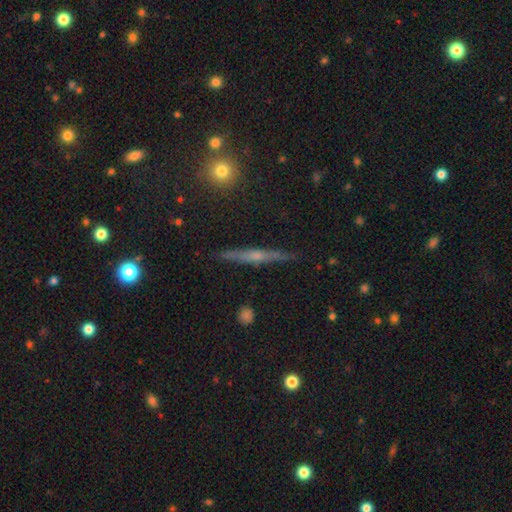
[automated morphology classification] This appears to be a featured or disk galaxy (73%) viewed edge-on (98%) with a rounded central bulge (77%). Merging: none (90%).